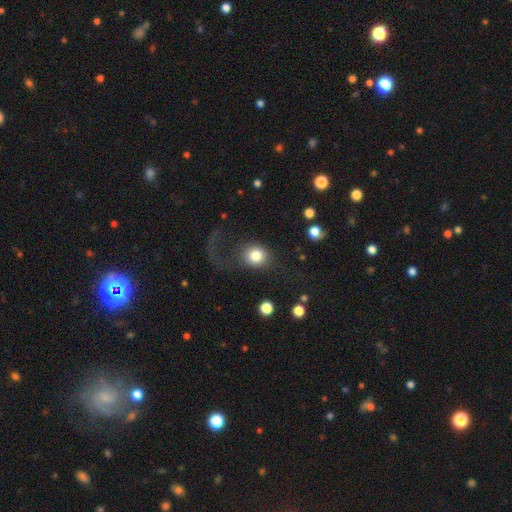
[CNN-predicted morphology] Overall: smooth (78%). How rounded: round (70%). Merging: none (43%; major disturbance 41%).